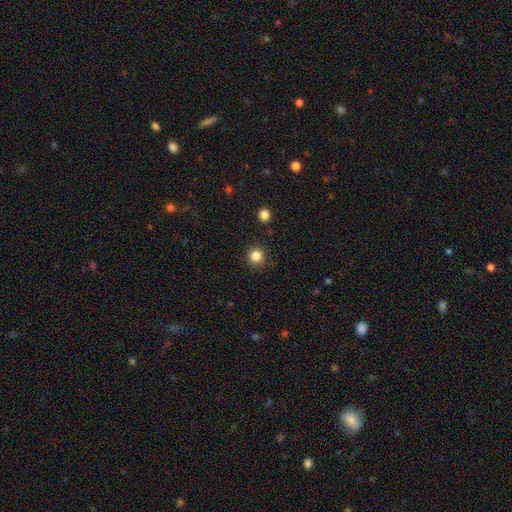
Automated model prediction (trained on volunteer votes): This is clearly a smooth galaxy (84%). How rounded: clearly round (93%). Merging: clearly none (90%).